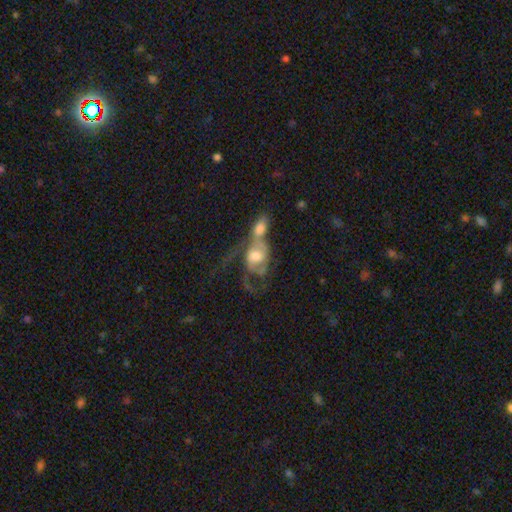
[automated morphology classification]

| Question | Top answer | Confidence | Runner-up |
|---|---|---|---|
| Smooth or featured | featured or disk | 66% | smooth (26%) |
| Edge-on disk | no | 95% | yes (5%) |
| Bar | no | 64% | weak (29%) |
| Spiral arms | yes | 76% | no (24%) |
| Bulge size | moderate | 55% | large (22%) |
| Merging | merger | 68% | major disturbance (16%) |